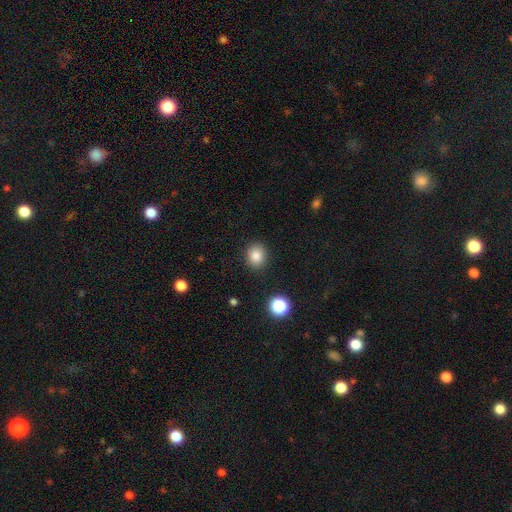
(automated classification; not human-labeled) Smooth or featured: smooth — 84% (star or artifact — 11%)
How rounded: round — 68% (in between — 32%)
Merging: none — 88% (minor disturbance — 8%)